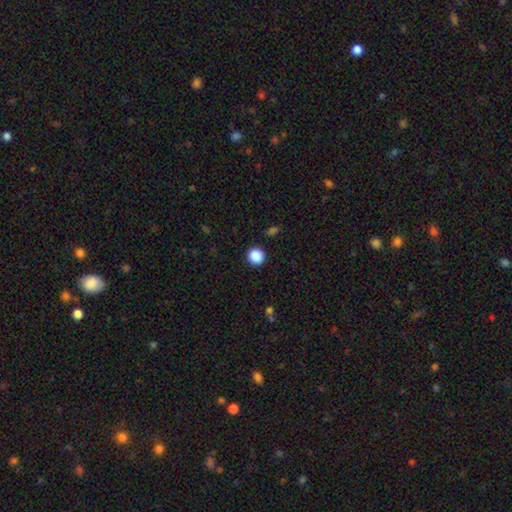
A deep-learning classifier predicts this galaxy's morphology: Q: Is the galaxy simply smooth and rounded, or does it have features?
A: smooth — 88%.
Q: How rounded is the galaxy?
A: round — 92%.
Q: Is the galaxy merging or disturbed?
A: none — 92%.